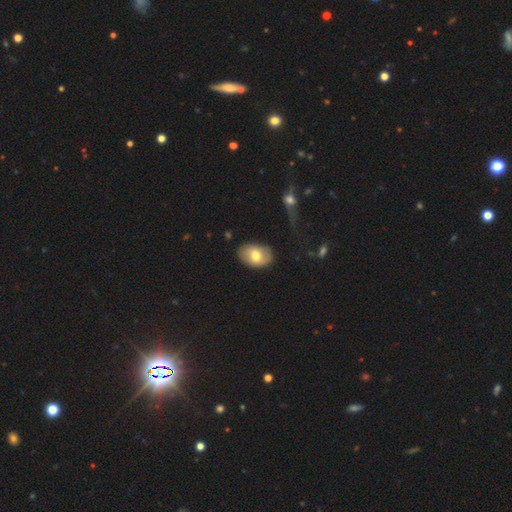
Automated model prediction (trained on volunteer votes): smooth-or-featured: smooth: 66% | featured or disk: 27% | star or artifact: 6%
  how-rounded: in between: 85% | round: 14% | cigar-shaped: 1%
  merging: none: 79% | minor disturbance: 15% | major disturbance: 4% | merger: 2%